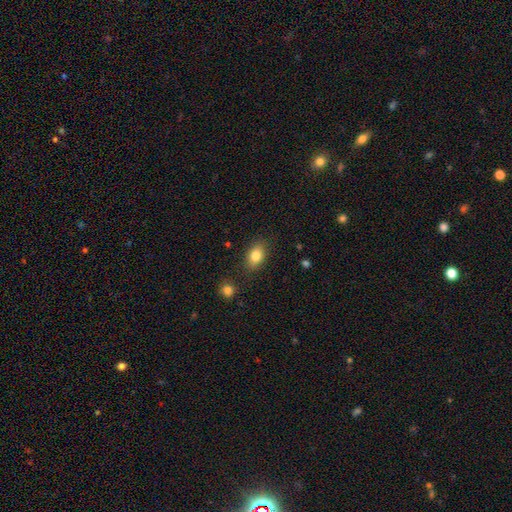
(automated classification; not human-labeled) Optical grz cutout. It shows a smooth galaxy with no disk features (82%) that is in between round and cigar-shaped (83%). Merging: none (83%).